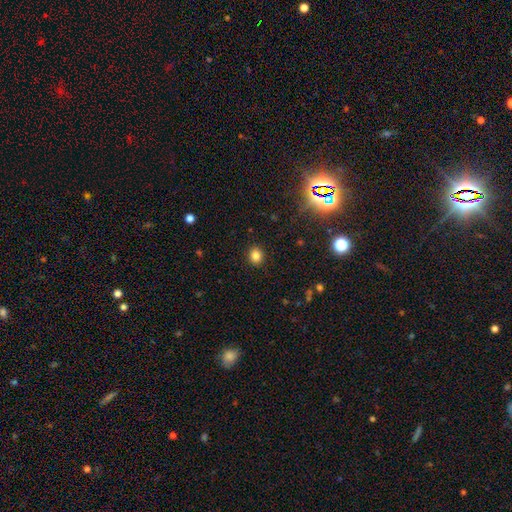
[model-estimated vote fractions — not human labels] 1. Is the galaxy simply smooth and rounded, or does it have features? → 82% smooth, 13% star or artifact, 5% featured or disk.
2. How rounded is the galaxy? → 68% round, 31% in between, 1% cigar-shaped.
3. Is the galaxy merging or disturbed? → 90% none, 6% minor disturbance, 2% major disturbance, 1% merger.